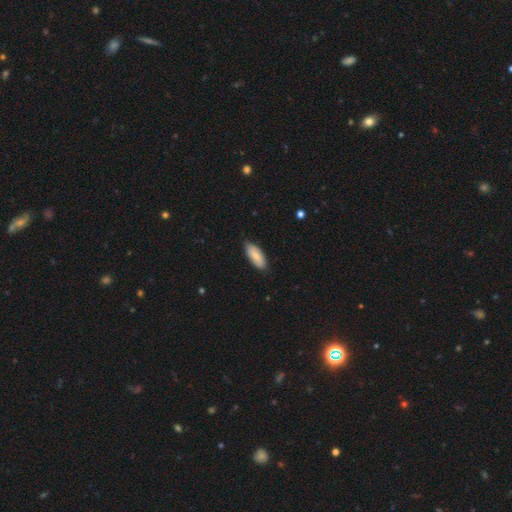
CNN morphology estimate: This appears to be a smooth galaxy with no disk features (78%) that is in between round and cigar-shaped (84%). Merging: none (79%).